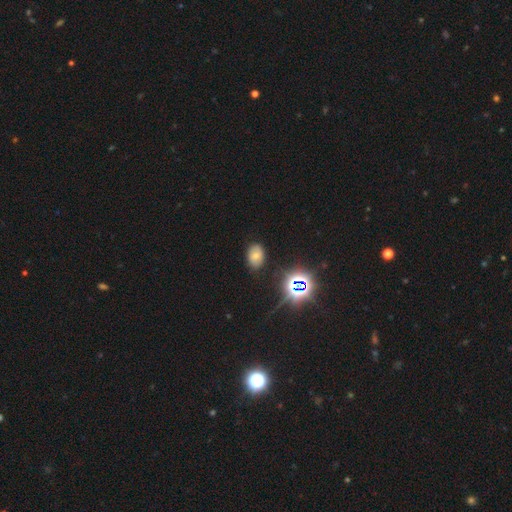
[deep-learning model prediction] Q: Smooth or featured?
A: smooth (60%); runner-up: star or artifact (24%)
Q: How rounded?
A: in between (81%); runner-up: round (18%)
Q: Merging?
A: none (83%); runner-up: minor disturbance (13%)